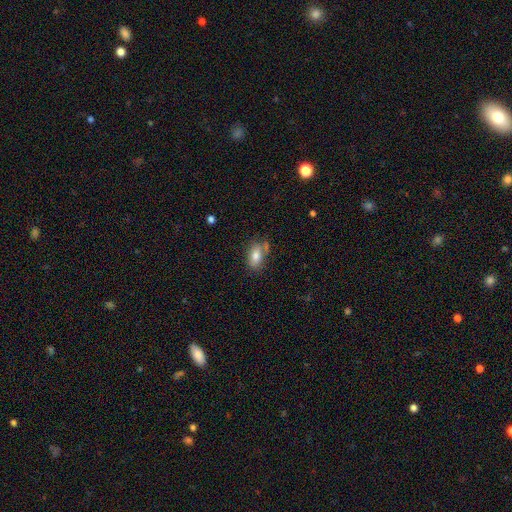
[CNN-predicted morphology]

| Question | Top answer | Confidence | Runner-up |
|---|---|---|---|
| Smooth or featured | smooth | 77% | featured or disk (15%) |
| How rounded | in between | 88% | round (7%) |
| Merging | none | 61% | minor disturbance (22%) |